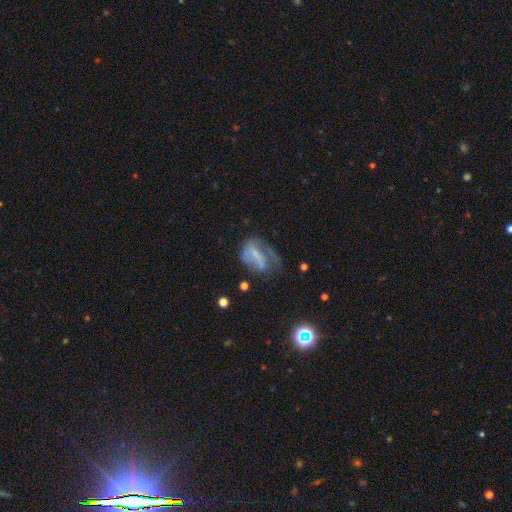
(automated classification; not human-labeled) The model was most divided on "smooth or featured": featured or disk: 47%, smooth: 41%, star or artifact: 12%. Remaining: merging — major disturbance (40%).